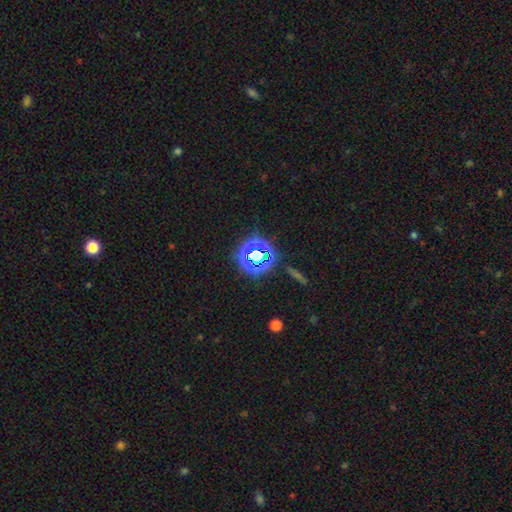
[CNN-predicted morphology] Smooth or featured: star or artifact — 66% (smooth — 23%)